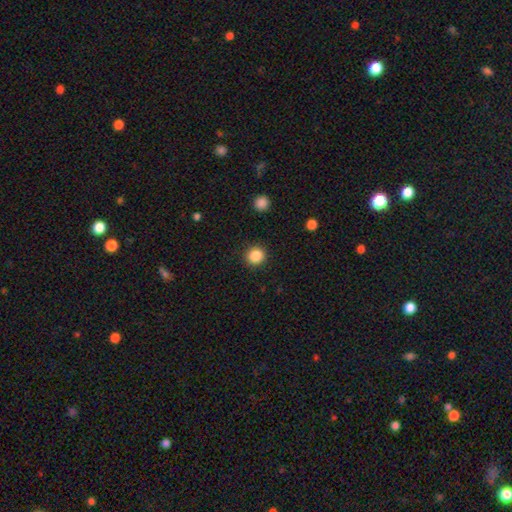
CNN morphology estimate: smooth_or_featured: smooth (p=0.86) [alt: star or artifact p=0.10]
how_rounded: round (p=0.93) [alt: in between p=0.06]
merging: none (p=0.91) [alt: minor disturbance p=0.06]